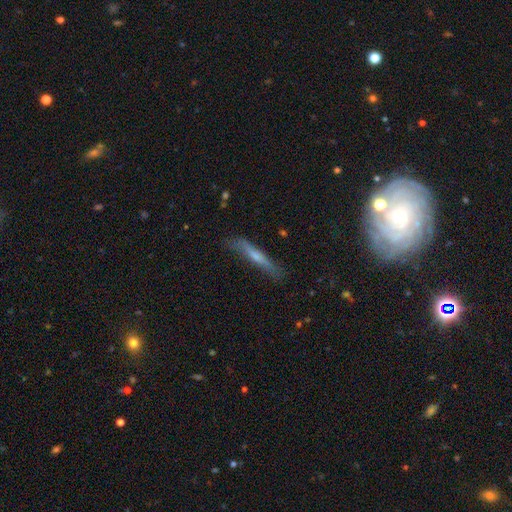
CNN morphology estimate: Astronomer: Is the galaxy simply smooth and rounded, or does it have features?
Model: featured or disk — 49% (runner-up: smooth, 42%).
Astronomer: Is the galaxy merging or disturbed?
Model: none — 75%.